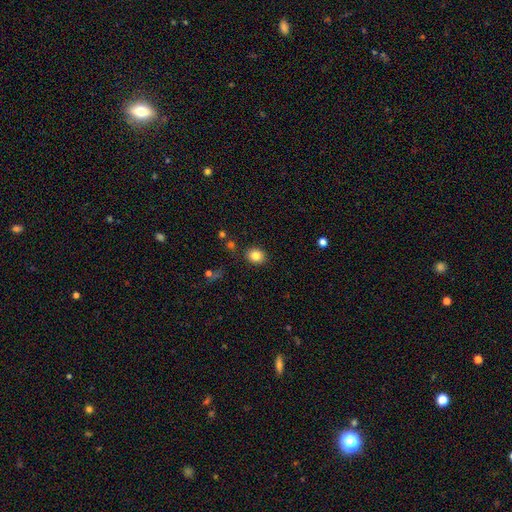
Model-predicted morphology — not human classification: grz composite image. It shows a smooth galaxy with no disk features (83%) that is round (61%). Merging: none (87%).